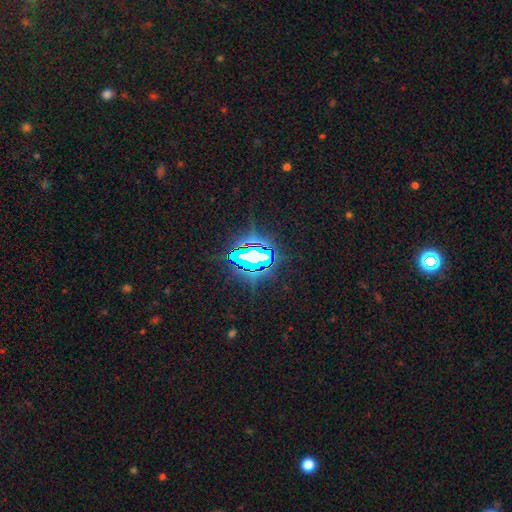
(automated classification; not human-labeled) star or artifact 77%, smooth 12%, featured or disk 11%.